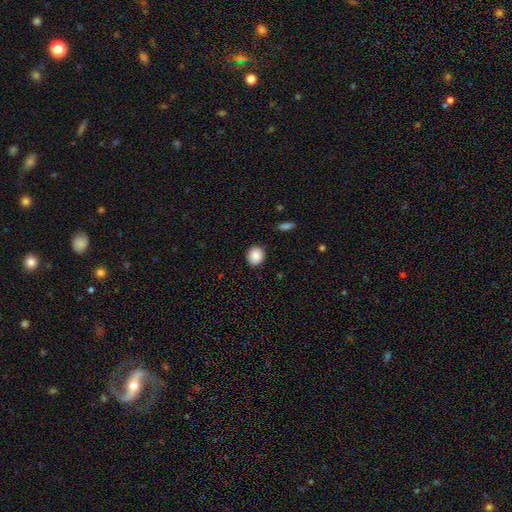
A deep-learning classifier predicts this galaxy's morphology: smooth-or-featured: smooth: 88% | star or artifact: 8% | featured or disk: 4%
  how-rounded: round: 79% | in between: 20% | cigar-shaped: 1%
  merging: none: 89% | minor disturbance: 8% | major disturbance: 2% | merger: 1%